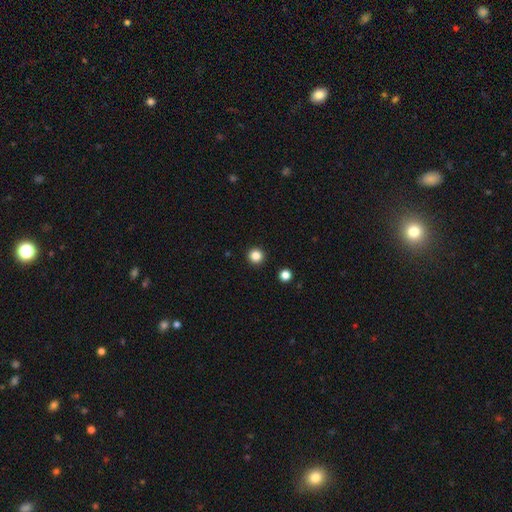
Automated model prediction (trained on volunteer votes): Smooth or featured?
  - smooth: 84% *
  - star or artifact: 12%
  - featured or disk: 4%
How rounded?
  - round: 96% *
  - in between: 3%
  - cigar-shaped: 1%
Merging?
  - none: 94% *
  - minor disturbance: 4%
  - major disturbance: 1%
  - merger: 1%